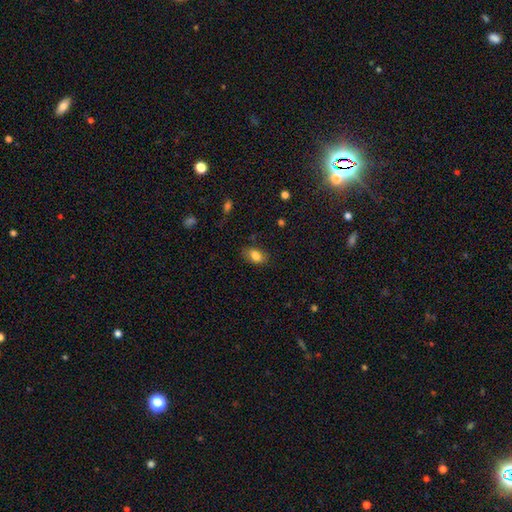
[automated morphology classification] The model was most divided on "merging": none: 78%, minor disturbance: 16%, major disturbance: 4%, merger: 1%. More confident: how rounded — in between (88%); smooth or featured — smooth (82%).